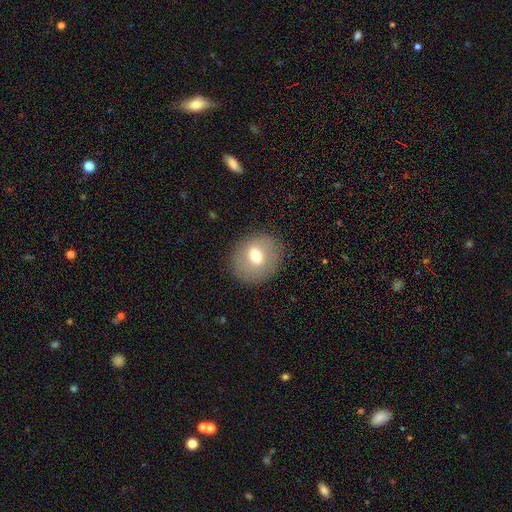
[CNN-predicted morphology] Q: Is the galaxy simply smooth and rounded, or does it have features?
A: smooth — 65%.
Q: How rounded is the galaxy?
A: round — 72%.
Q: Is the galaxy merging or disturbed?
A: none — 86%.